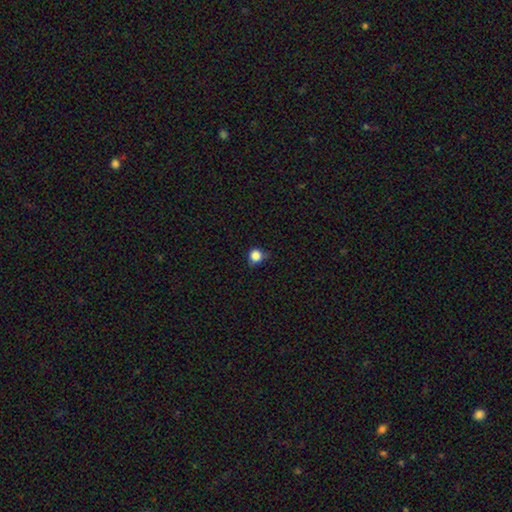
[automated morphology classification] Smooth or featured: smooth — 84% (star or artifact — 12%)
How rounded: round — 88% (in between — 11%)
Merging: none — 71% (minor disturbance — 22%)